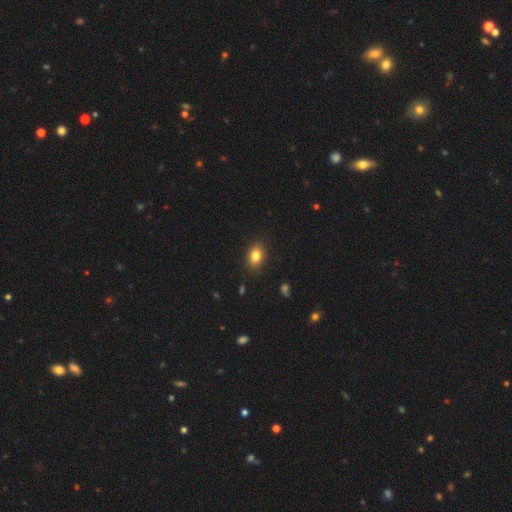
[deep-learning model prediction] The model was most divided on "how rounded": in between: 73%, round: 25%, cigar-shaped: 1%. More confident: merging — none (87%); smooth or featured — smooth (83%).